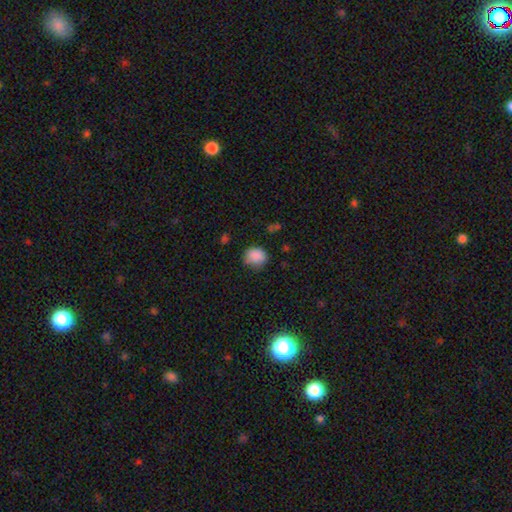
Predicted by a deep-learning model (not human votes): This appears to be a smooth galaxy with no disk features (87%) that is round (68%). Merging: none (69%).